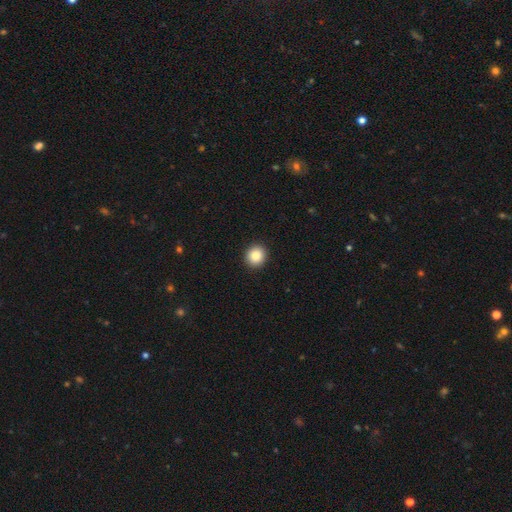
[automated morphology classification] smooth 87%, star or artifact 9%, featured or disk 4%. Down the decision tree: how rounded — round (89%); merging — none (93%).